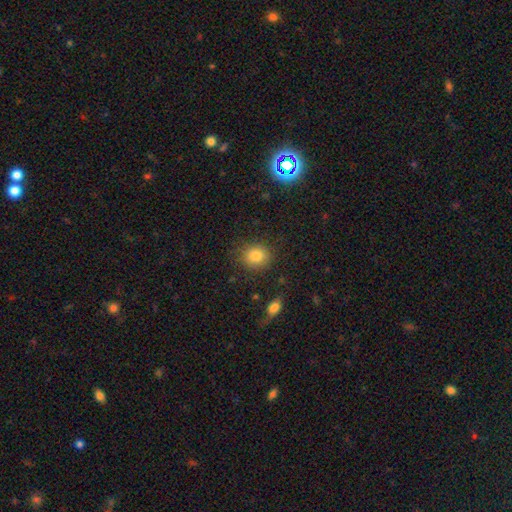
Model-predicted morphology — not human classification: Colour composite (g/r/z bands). It shows a smooth galaxy with no disk features (83%) that is round (68%). Merging: none (83%).